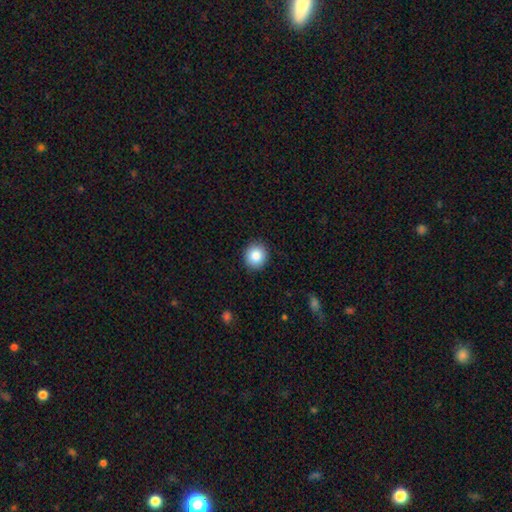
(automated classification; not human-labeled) This is clearly a smooth galaxy (86%). How rounded: clearly round (88%). Merging: clearly none (91%).